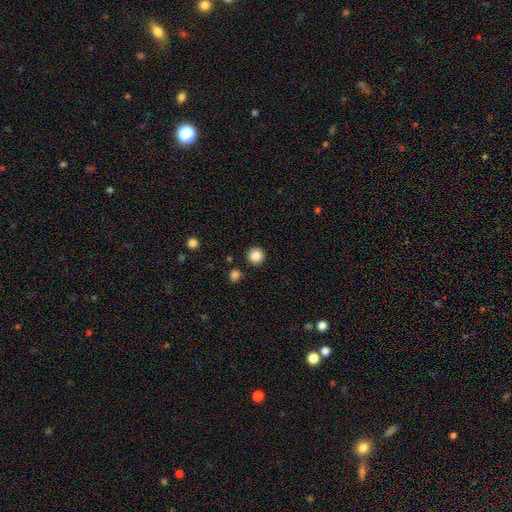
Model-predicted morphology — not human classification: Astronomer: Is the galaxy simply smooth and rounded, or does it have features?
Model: smooth — 86%.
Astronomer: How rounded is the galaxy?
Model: round — 96%.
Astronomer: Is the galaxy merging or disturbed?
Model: none — 92%.